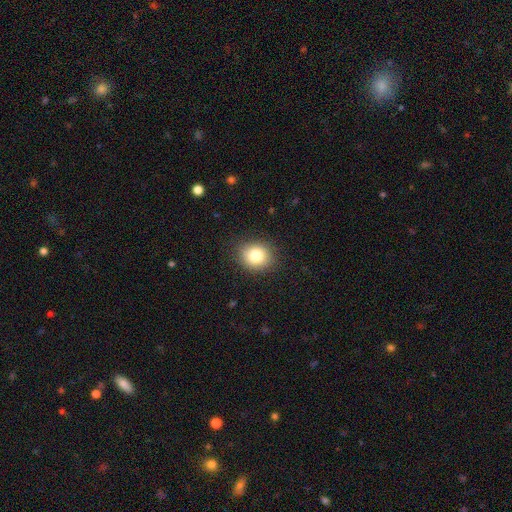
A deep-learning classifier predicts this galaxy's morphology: The model was most divided on "how rounded": round: 71%, in between: 28%, cigar-shaped: 1%. More confident: merging — none (87%); smooth or featured — smooth (80%).